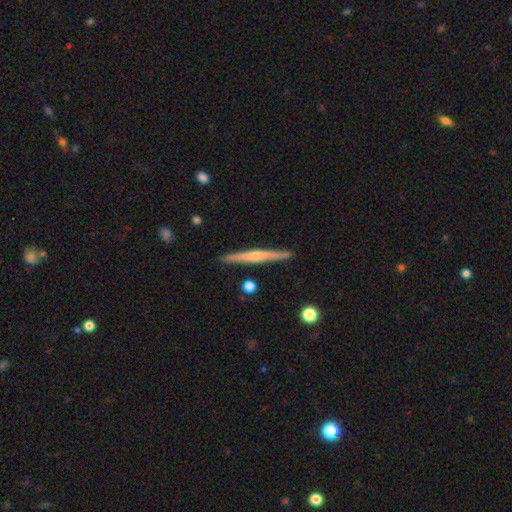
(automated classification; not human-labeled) smooth_or_featured: featured or disk (p=0.57) [alt: smooth p=0.37]
disk_edge_on: yes (p=0.98) [alt: no p=0.02]
edge_on_bulge: rounded (p=0.55) [alt: none p=0.36]
merging: none (p=0.91) [alt: minor disturbance p=0.07]